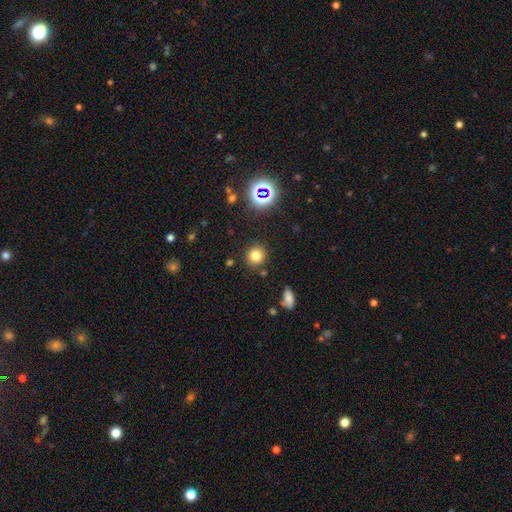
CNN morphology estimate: Smooth or featured? Predicted: smooth (p=0.76). How rounded? Predicted: round (p=0.90). Merging? Predicted: none (p=0.87).